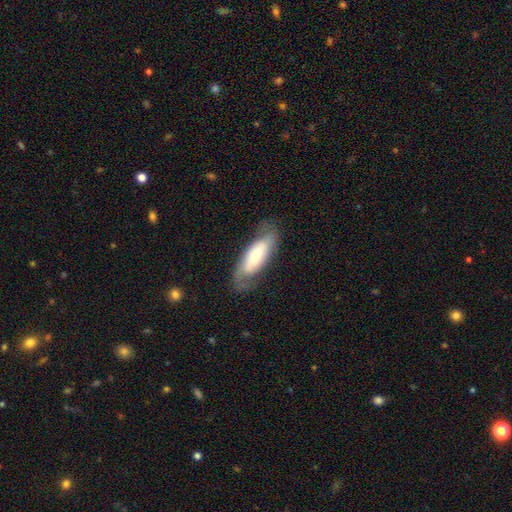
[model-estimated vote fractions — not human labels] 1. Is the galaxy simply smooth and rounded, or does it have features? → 49% smooth, 45% featured or disk, 6% star or artifact.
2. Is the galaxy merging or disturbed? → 68% none, 20% minor disturbance, 10% major disturbance, 1% merger.